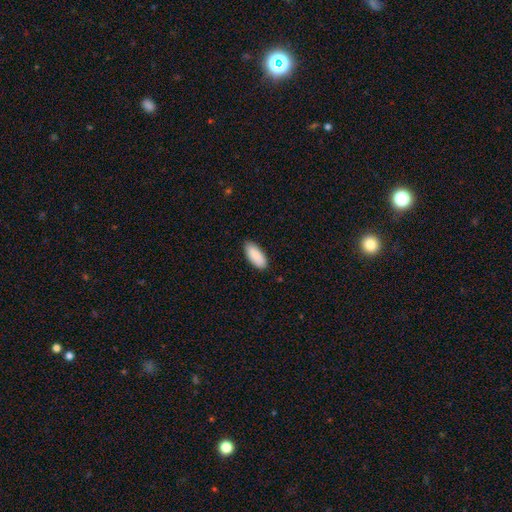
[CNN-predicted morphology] The model was most divided on "merging": none: 86%, minor disturbance: 11%, major disturbance: 2%, merger: 1%. More confident: smooth or featured — smooth (90%); how rounded — in between (87%).